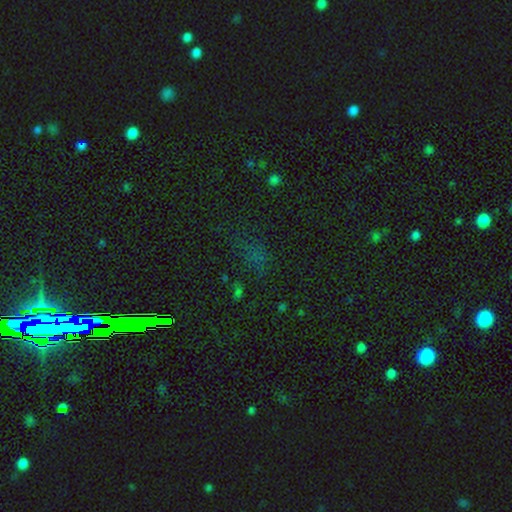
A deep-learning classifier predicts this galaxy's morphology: Smooth or featured?
  - star or artifact: 57% *
  - smooth: 34%
  - featured or disk: 9%